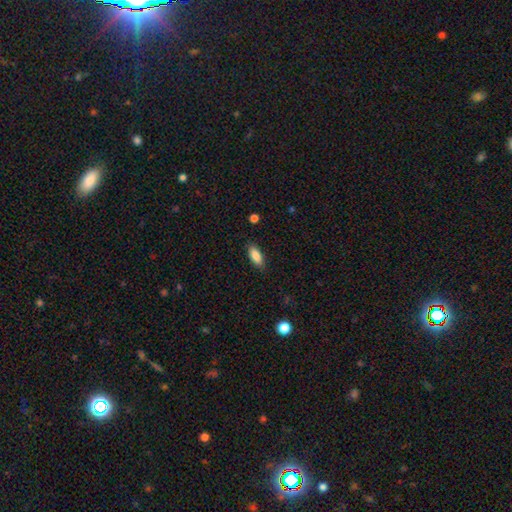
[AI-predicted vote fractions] smooth_or_featured: smooth (p=0.87) [alt: star or artifact p=0.07]
how_rounded: in between (p=0.78) [alt: cigar-shaped p=0.20]
merging: none (p=0.86) [alt: minor disturbance p=0.10]